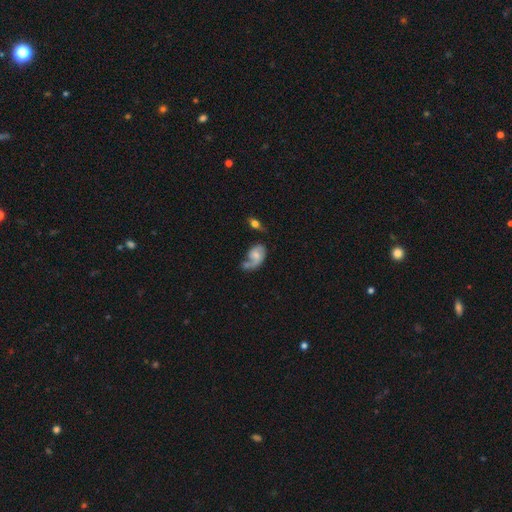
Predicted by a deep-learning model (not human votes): Morphology: type=featured or disk (64%); edge-on=no (97%); bar=no (63%); spiral arms=yes (86%); winding=loose (46%); arm count=1 (53%); bulge=small (42%); merging=none (33%).